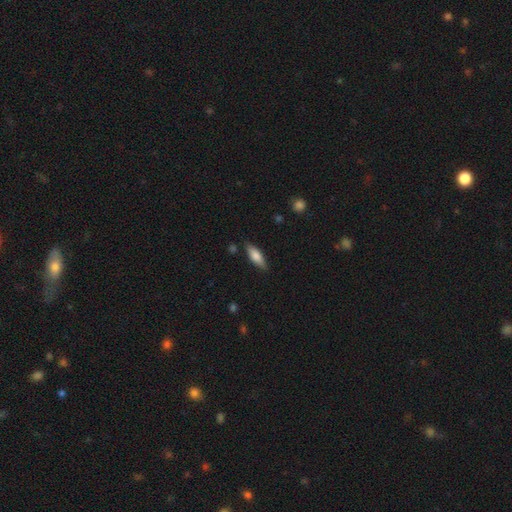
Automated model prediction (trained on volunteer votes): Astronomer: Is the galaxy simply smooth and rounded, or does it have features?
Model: smooth — 69%.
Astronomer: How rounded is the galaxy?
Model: in between — 56% (runner-up: cigar-shaped, 42%).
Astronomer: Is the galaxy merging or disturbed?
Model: none — 82%.